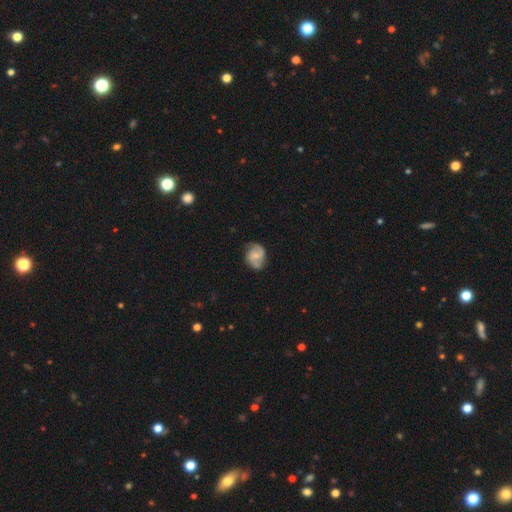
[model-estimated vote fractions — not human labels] Overall: featured or disk (70%). Edge-on disk: no (98%). Bar: weak (50%; no 38%). Spiral arms: yes (93%). Spiral arm count: 2 (87%). Spiral winding: medium (49%; loose 28%). Bulge size: small (43%; moderate 30%). Merging: none (73%).